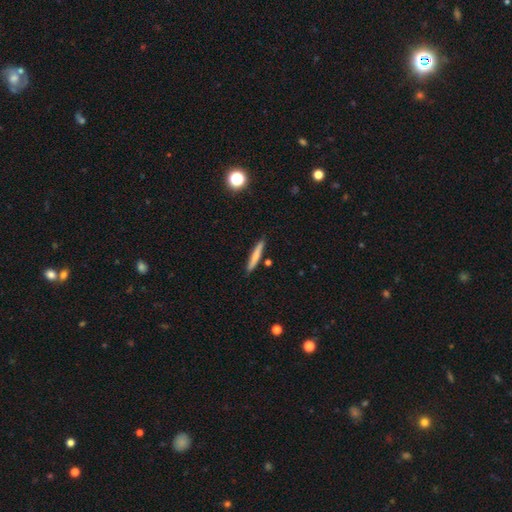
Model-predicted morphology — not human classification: type=smooth (70%); roundness=cigar-shaped (94%); merging=none (86%).